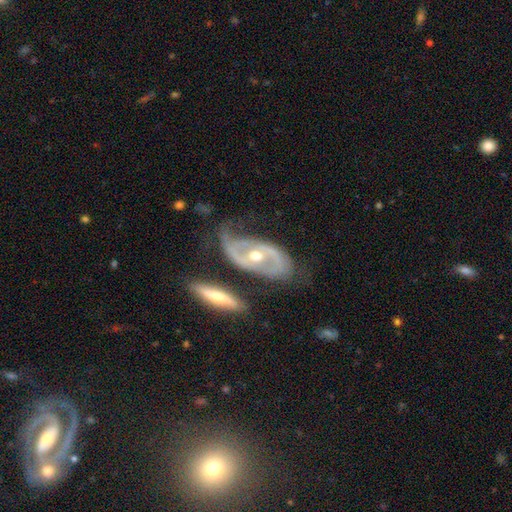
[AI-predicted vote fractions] A featured or disk galaxy (83%) with no bar (50%), 2 (72%) medium (39%) spiral arms (84%) and a moderate central bulge (61%). Merging: none (45%).